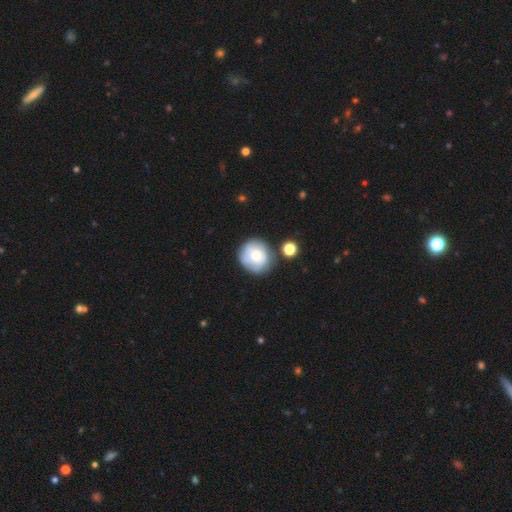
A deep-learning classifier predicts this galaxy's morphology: Smooth or featured?
  - smooth: 67% *
  - featured or disk: 25%
  - star or artifact: 8%
How rounded?
  - round: 87% *
  - in between: 12%
  - cigar-shaped: 1%
Merging?
  - none: 68% *
  - minor disturbance: 18%
  - merger: 8%
  - major disturbance: 6%